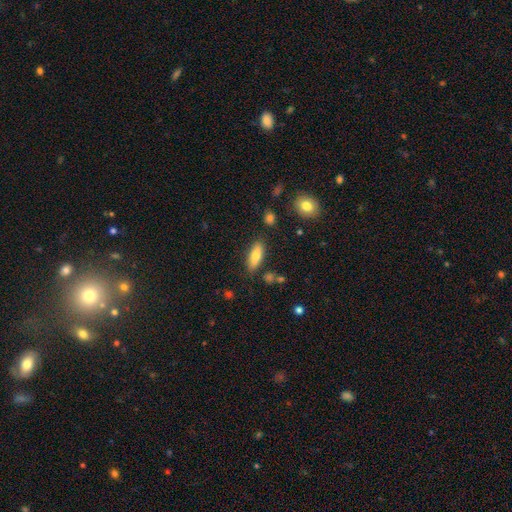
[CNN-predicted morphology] Smooth or featured: smooth — 77% (featured or disk — 16%)
How rounded: in between — 67% (cigar-shaped — 31%)
Merging: none — 82% (minor disturbance — 11%)